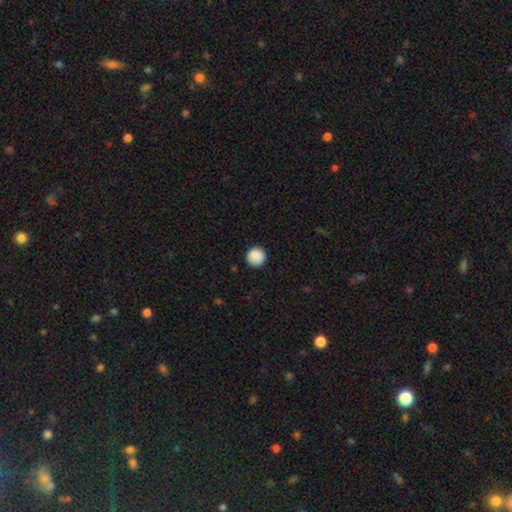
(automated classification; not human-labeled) Smooth or featured? smooth (89%)
How rounded? round (96%)
Merging? none (90%)